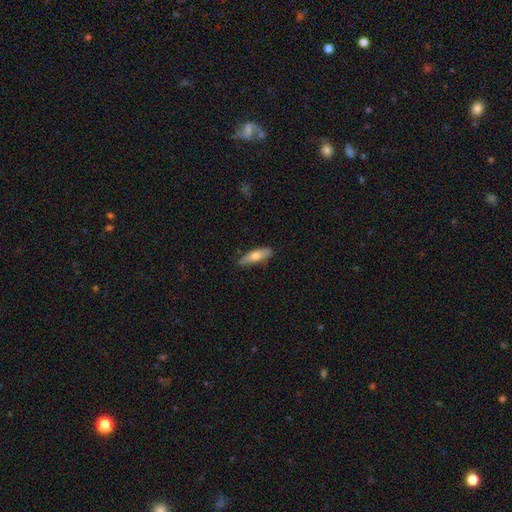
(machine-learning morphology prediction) A smooth galaxy with no disk features (66%) that is cigar-shaped (57%).

Vote fractions:
- Smooth or featured? smooth: 66% / featured or disk: 28% / star or artifact: 6%
- How rounded? cigar-shaped: 57% / in between: 41% / round: 2%
- Merging? none: 81% / minor disturbance: 16% / major disturbance: 2% / merger: 1%